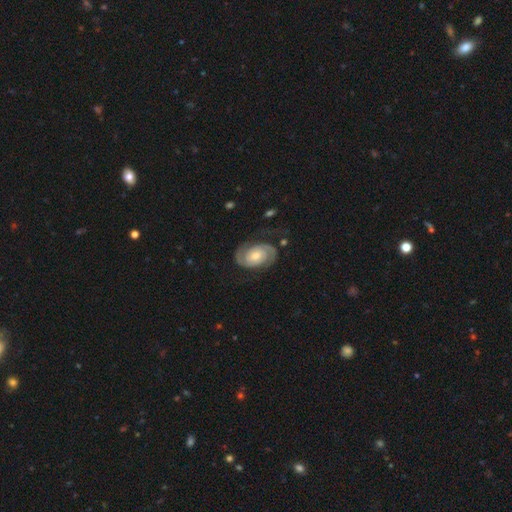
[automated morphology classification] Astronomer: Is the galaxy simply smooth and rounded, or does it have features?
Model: featured or disk — 87%.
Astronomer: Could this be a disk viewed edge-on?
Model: no — 97%.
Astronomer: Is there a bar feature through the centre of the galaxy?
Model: no — 63%.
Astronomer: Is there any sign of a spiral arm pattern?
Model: yes — 97%.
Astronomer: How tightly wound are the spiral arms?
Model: tight — 60%.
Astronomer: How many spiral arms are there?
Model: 2 — 91%.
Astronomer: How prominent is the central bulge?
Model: moderate — 57% (runner-up: small, 33%).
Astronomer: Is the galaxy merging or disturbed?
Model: none — 78%.